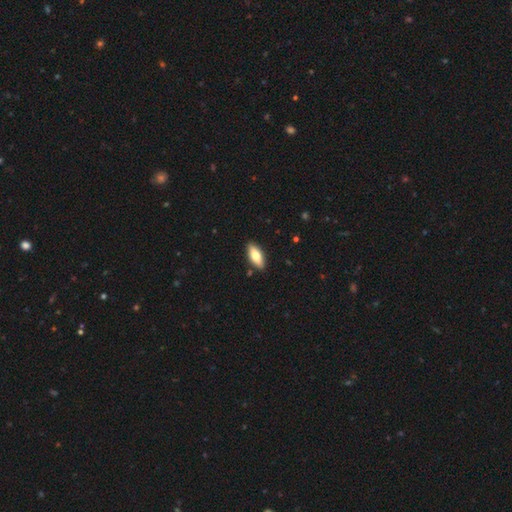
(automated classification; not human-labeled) This appears to be a smooth galaxy with no disk features (73%) that is in between round and cigar-shaped (81%). Merging: none (89%).